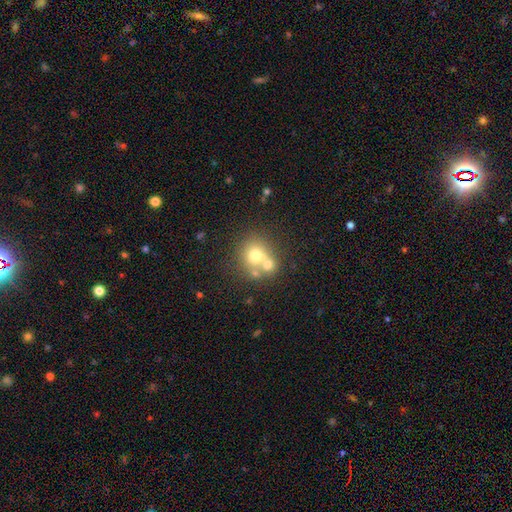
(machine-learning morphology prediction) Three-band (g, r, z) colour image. It shows a smooth galaxy with no disk features (63%) that is round (81%). Merging: merger (44%).